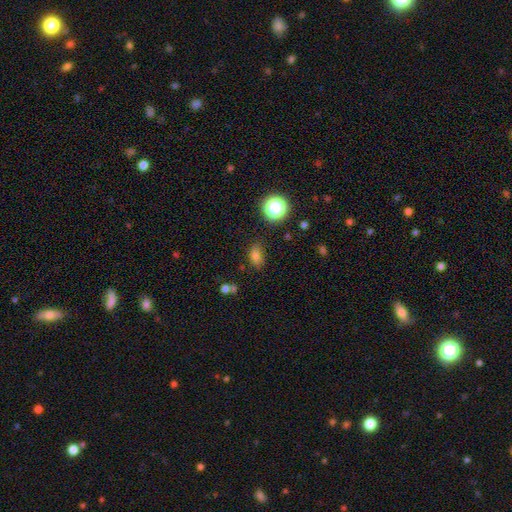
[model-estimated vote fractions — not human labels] A smooth galaxy with no disk features (76%) that is in between round and cigar-shaped (80%).

Vote fractions:
- Smooth or featured? smooth: 76% / star or artifact: 17% / featured or disk: 7%
- How rounded? in between: 80% / round: 17% / cigar-shaped: 3%
- Merging? none: 73% / minor disturbance: 18% / major disturbance: 5% / merger: 3%